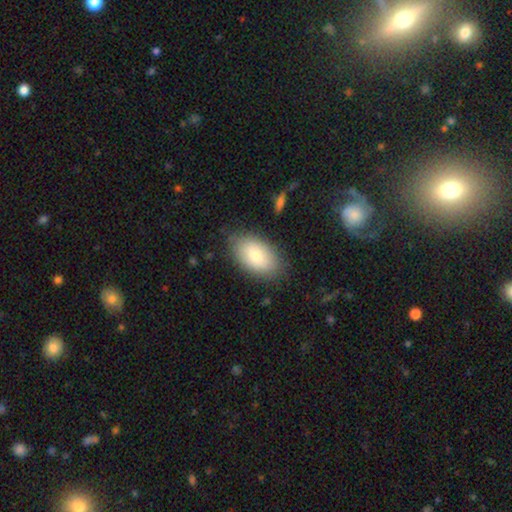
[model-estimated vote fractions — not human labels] This is likely a smooth galaxy (76%). How rounded: clearly in between (92%). Merging: clearly none (81%).